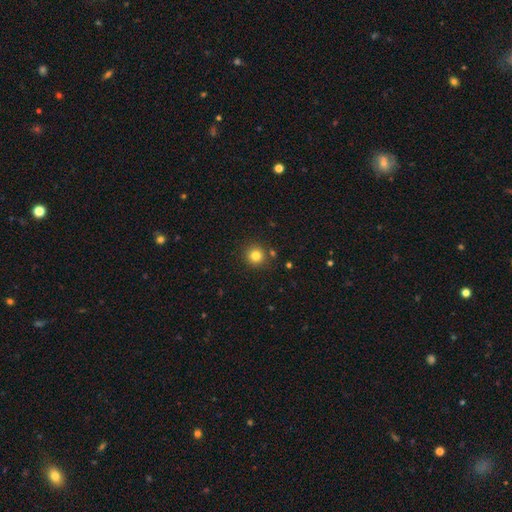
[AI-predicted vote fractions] Smooth or featured: smooth — 82% (star or artifact — 13%)
How rounded: round — 93% (in between — 7%)
Merging: none — 86% (minor disturbance — 7%)